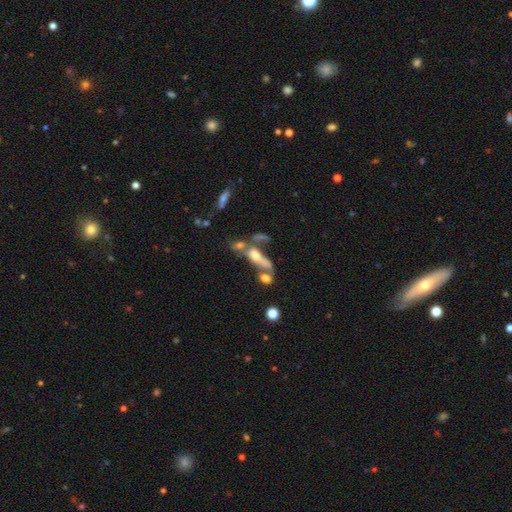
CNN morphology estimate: The model was most divided on "smooth or featured": featured or disk: 51%, smooth: 34%, star or artifact: 15%. More confident: edge-on disk — no (59%); merging — merger (51%).